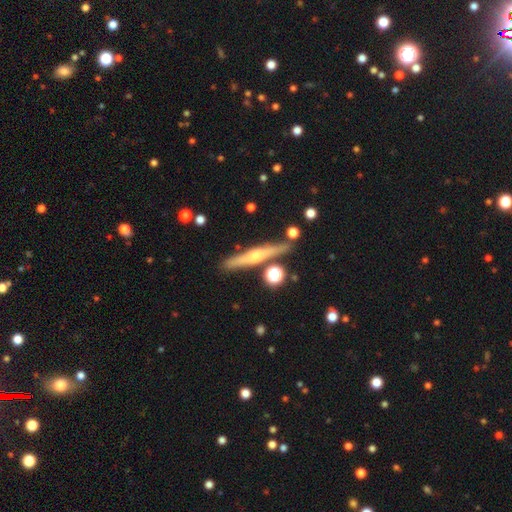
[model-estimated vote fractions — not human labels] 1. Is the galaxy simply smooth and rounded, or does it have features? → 64% featured or disk, 28% smooth, 8% star or artifact.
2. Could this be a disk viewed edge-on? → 96% yes, 4% no.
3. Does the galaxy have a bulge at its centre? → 80% rounded, 13% none, 7% boxy.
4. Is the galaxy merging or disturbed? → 83% none, 10% minor disturbance, 5% merger, 2% major disturbance.